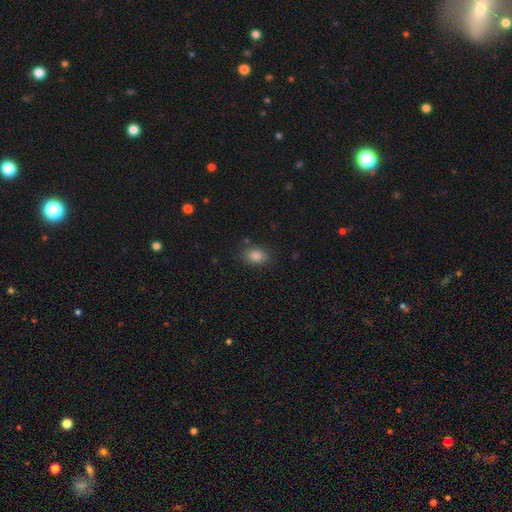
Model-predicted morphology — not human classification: This is clearly a smooth galaxy (85%). How rounded: clearly in between (80%). Merging: clearly none (83%).